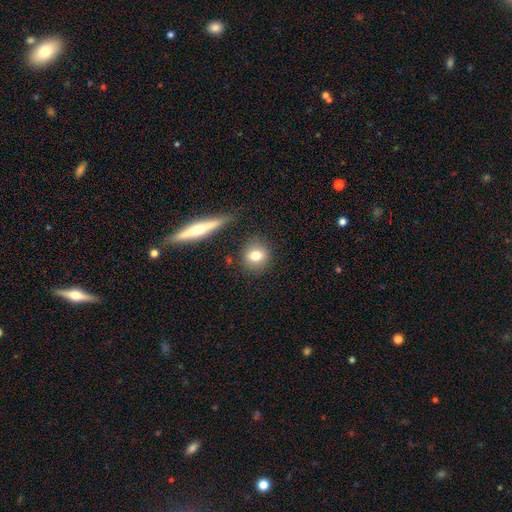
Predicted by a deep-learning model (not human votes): This is likely a smooth galaxy (77%). How rounded: likely round (79%). Merging: clearly none (84%).